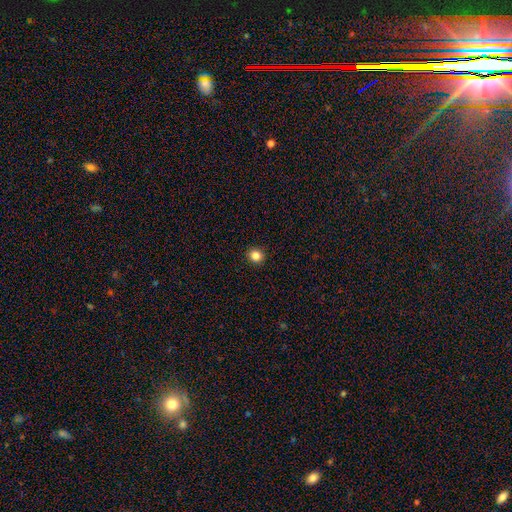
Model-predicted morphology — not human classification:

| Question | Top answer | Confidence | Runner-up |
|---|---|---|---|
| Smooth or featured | smooth | 85% | star or artifact (11%) |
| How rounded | round | 90% | in between (9%) |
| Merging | none | 93% | minor disturbance (5%) |